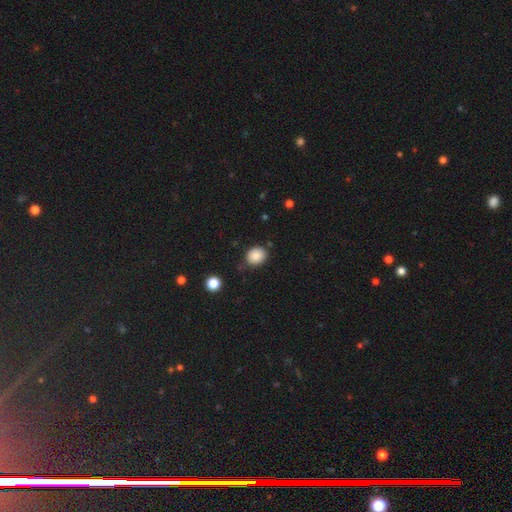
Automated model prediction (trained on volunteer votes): Smooth or featured: smooth — 87% (star or artifact — 9%)
How rounded: round — 60% (in between — 39%)
Merging: none — 79% (minor disturbance — 14%)